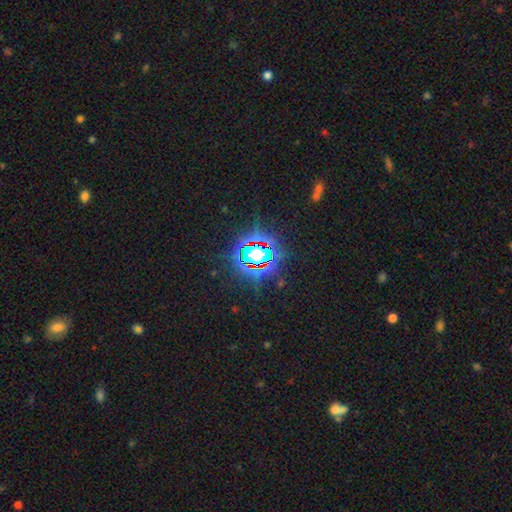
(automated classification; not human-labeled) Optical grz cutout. It shows a star or artifact, not a galaxy (81%).